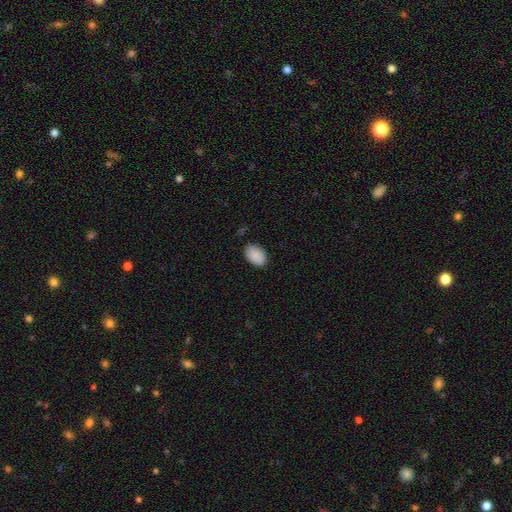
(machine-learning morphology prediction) smooth 90%, star or artifact 7%, featured or disk 3%. Down the decision tree: how rounded — in between (89%); merging — none (85%).